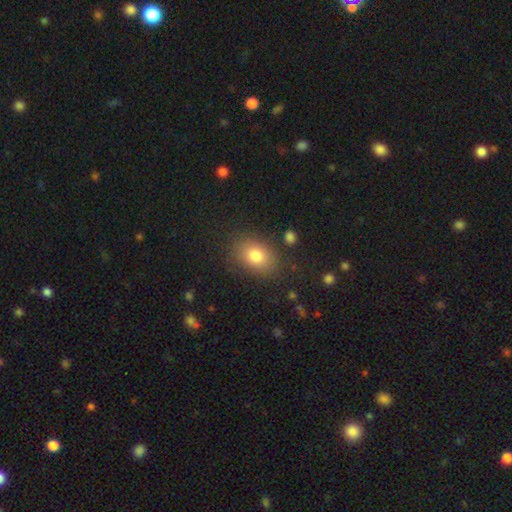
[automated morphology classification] smooth-or-featured: smooth: 81% | featured or disk: 10% | star or artifact: 10%
  how-rounded: in between: 72% | round: 27% | cigar-shaped: 1%
  merging: none: 82% | minor disturbance: 12% | major disturbance: 4% | merger: 2%